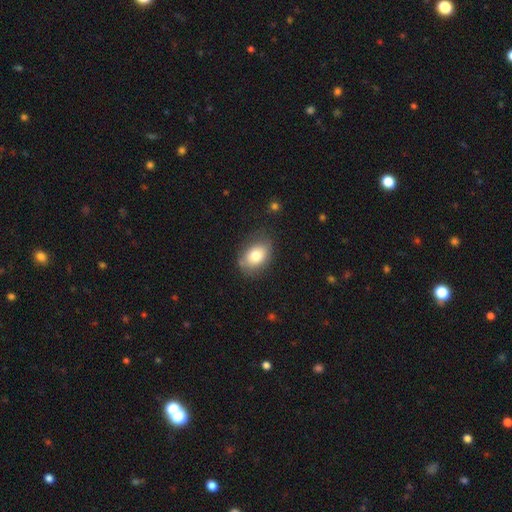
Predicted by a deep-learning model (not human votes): Smooth or featured? Predicted: smooth (p=0.76). How rounded? Predicted: in between (p=0.78). Merging? Predicted: none (p=0.74).